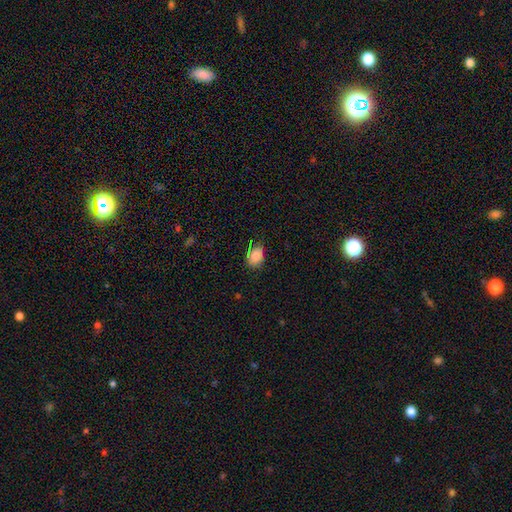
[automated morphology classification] Smooth or featured: smooth — 83% (star or artifact — 12%)
How rounded: in between — 70% (round — 29%)
Merging: none — 74% (minor disturbance — 20%)